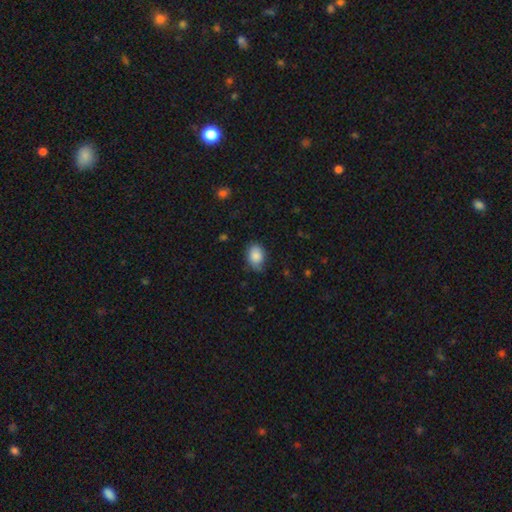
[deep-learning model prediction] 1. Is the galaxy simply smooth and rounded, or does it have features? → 86% smooth, 8% star or artifact, 6% featured or disk.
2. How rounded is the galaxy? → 74% in between, 25% round, 1% cigar-shaped.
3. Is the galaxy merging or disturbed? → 68% none, 26% minor disturbance, 5% major disturbance, 1% merger.